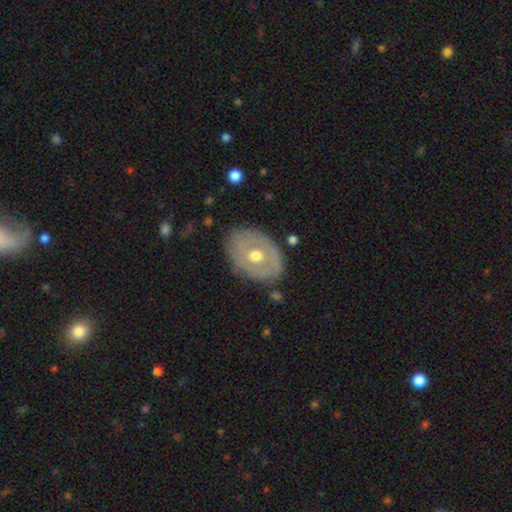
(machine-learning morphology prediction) type=featured or disk (61%); edge-on=no (92%); bar=no (81%); spiral arms=no (74%); bulge=moderate (75%); merging=none (78%).